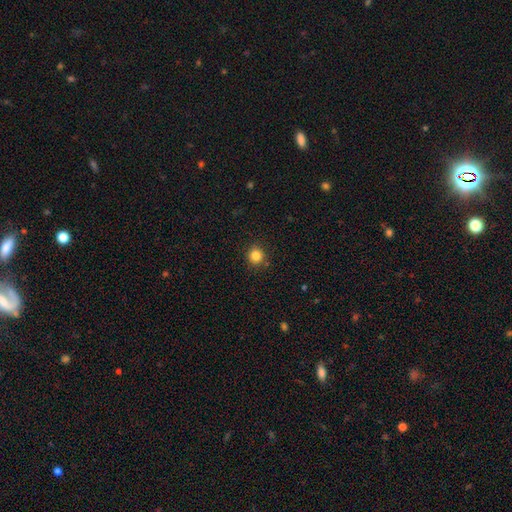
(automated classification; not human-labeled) This is clearly a smooth galaxy (84%). How rounded: clearly round (92%). Merging: clearly none (89%).